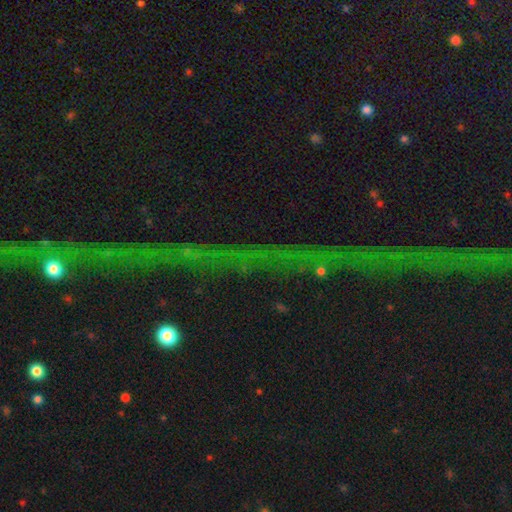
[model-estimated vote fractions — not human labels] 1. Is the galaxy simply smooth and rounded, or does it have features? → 78% star or artifact, 13% featured or disk, 9% smooth.